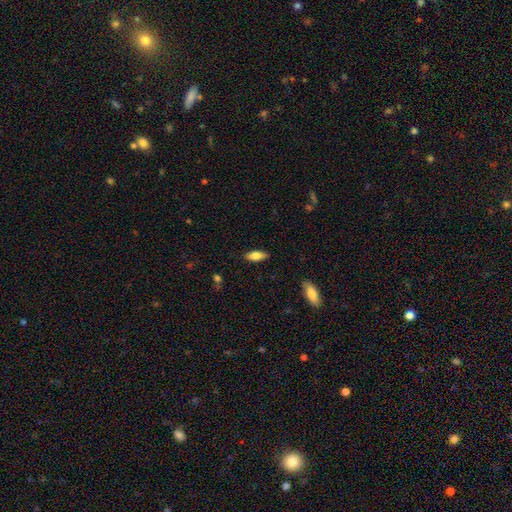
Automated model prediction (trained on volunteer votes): Smooth or featured?
  - smooth: 76% *
  - featured or disk: 17%
  - star or artifact: 6%
How rounded?
  - in between: 76% *
  - cigar-shaped: 21%
  - round: 2%
Merging?
  - none: 86% *
  - minor disturbance: 10%
  - major disturbance: 2%
  - merger: 1%